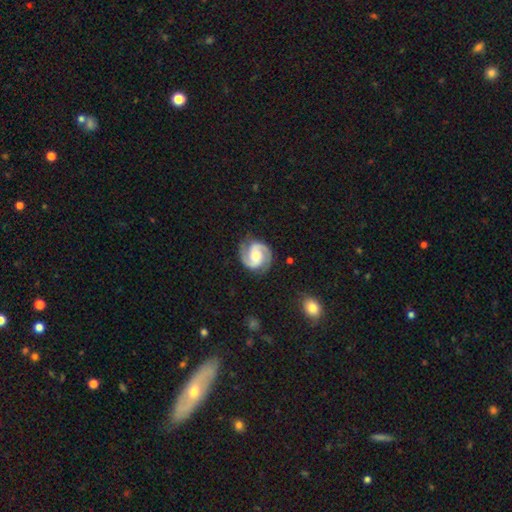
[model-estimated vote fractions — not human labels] Smooth or featured?
  - featured or disk: 91% *
  - smooth: 5%
  - star or artifact: 4%
Edge-on disk?
  - no: 98% *
  - yes: 2%
Bar?
  - no: 42% *
  - weak: 41%
  - strong: 17%
Spiral arms?
  - yes: 98% *
  - no: 2%
Spiral winding?
  - medium: 52% *
  - tight: 38%
  - loose: 11%
Spiral arm count?
  - 2: 94% *
  - can't tell: 2%
  - 3: 1%
  - 1: 1%
  - 4: 1%
  - more than 4: 1%
Bulge size?
  - moderate: 45% *
  - small: 21%
  - large: 21%
  - none: 11%
  - dominant: 3%
Merging?
  - none: 83% *
  - minor disturbance: 12%
  - major disturbance: 4%
  - merger: 1%